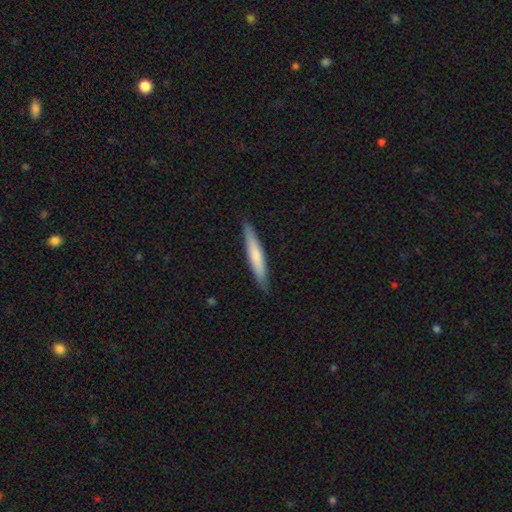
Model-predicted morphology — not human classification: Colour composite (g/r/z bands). It shows a smooth galaxy with no disk features (65%) that is cigar-shaped (94%). Merging: none (89%).